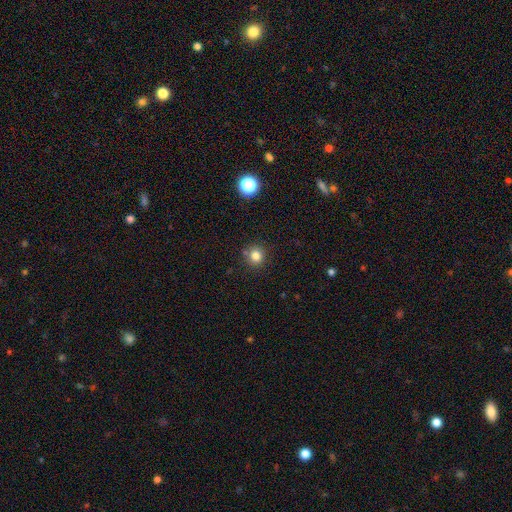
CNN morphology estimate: Q: Smooth or featured?
A: smooth (81%); runner-up: star or artifact (13%)
Q: How rounded?
A: round (90%); runner-up: in between (9%)
Q: Merging?
A: none (83%); runner-up: minor disturbance (9%)